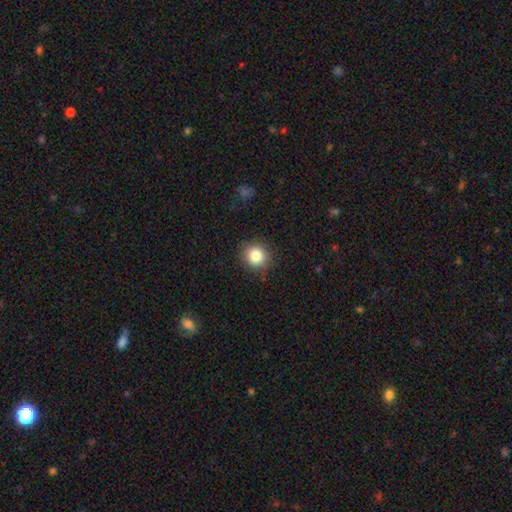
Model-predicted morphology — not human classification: smooth_or_featured: smooth (p=0.84) [alt: star or artifact p=0.10]
how_rounded: round (p=0.87) [alt: in between p=0.12]
merging: none (p=0.88) [alt: minor disturbance p=0.09]